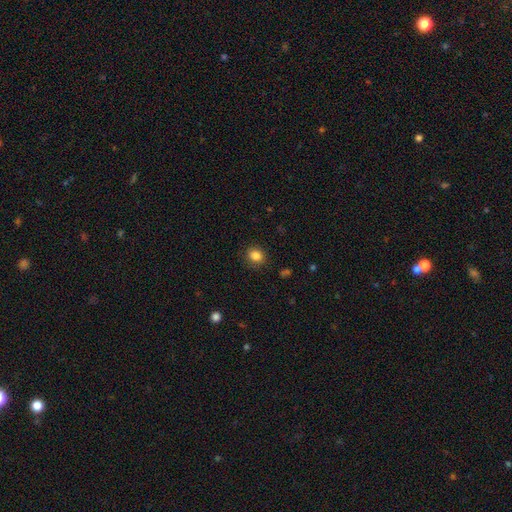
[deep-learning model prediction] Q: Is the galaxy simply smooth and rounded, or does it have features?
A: smooth — 85%.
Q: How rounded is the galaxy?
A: round — 73%.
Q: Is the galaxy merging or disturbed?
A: none — 89%.